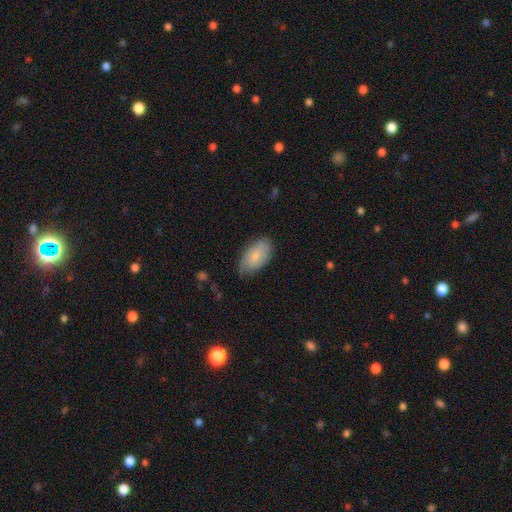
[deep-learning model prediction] smooth 72%, featured or disk 22%, star or artifact 6%. Down the decision tree: how rounded — in between (94%); merging — none (63%).